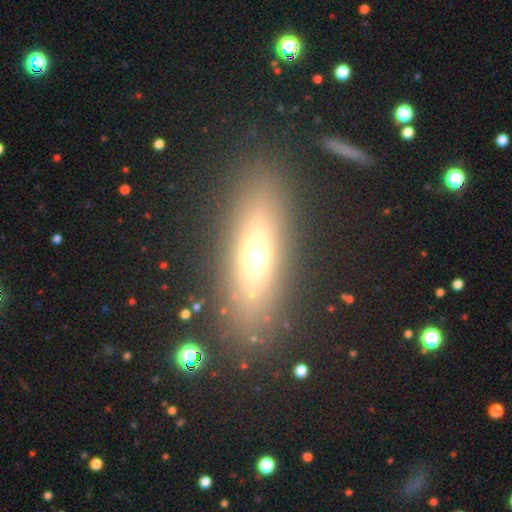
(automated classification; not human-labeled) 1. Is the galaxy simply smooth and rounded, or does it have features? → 56% smooth, 30% featured or disk, 14% star or artifact.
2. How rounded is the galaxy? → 54% in between, 40% cigar-shaped, 6% round.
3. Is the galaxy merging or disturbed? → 85% none, 9% minor disturbance, 5% major disturbance, 2% merger.